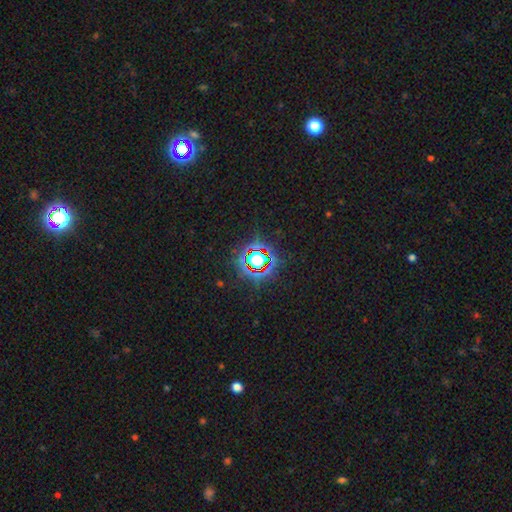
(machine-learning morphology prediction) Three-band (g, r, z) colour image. It shows a star or artifact, not a galaxy (77%).